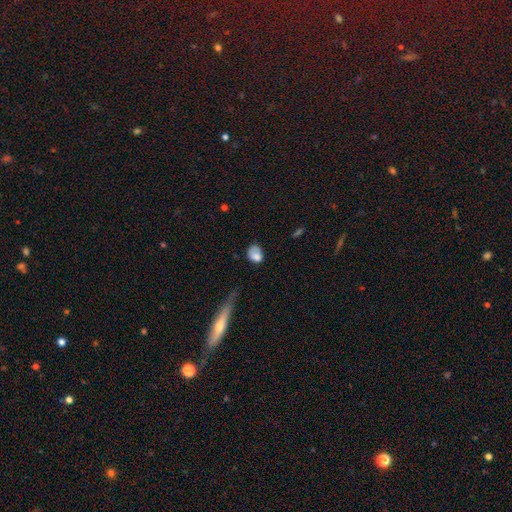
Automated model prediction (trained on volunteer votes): A smooth galaxy with no disk features (74%) that is in between round and cigar-shaped (62%). Merging: none (43%).